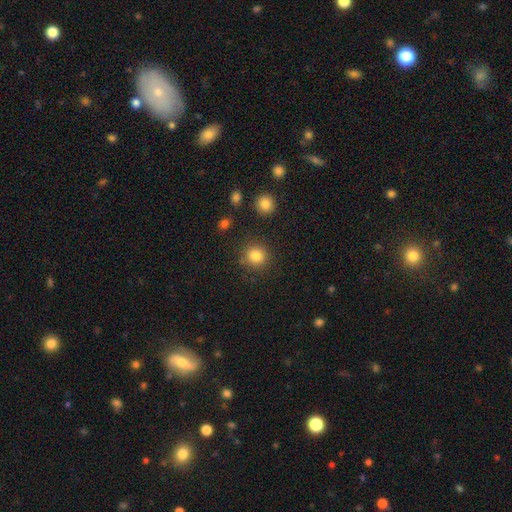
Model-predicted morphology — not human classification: Smooth or featured? Predicted: smooth (p=0.84). How rounded? Predicted: round (p=0.90). Merging? Predicted: none (p=0.85).